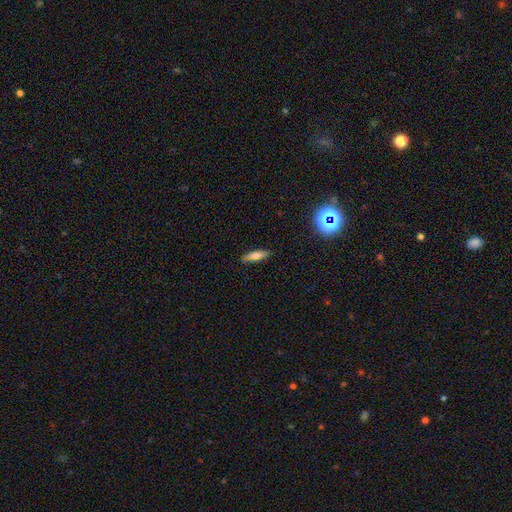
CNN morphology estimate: Smooth or featured?
  - smooth: 71% *
  - featured or disk: 21%
  - star or artifact: 8%
How rounded?
  - cigar-shaped: 61% *
  - in between: 37%
  - round: 2%
Merging?
  - none: 88% *
  - minor disturbance: 9%
  - major disturbance: 2%
  - merger: 1%